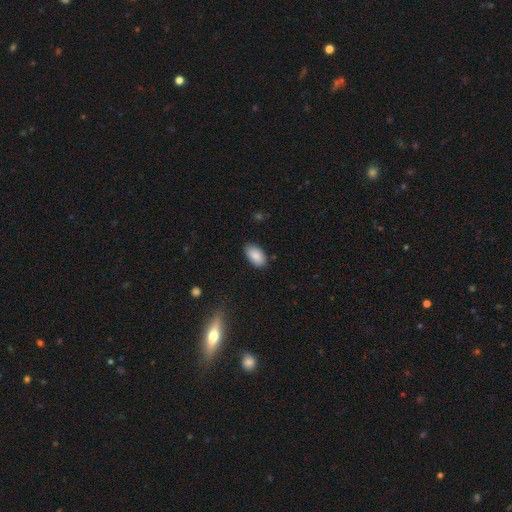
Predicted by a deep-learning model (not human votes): Smooth or featured?
  - smooth: 88% *
  - star or artifact: 7%
  - featured or disk: 5%
How rounded?
  - in between: 94% *
  - round: 4%
  - cigar-shaped: 2%
Merging?
  - none: 83% *
  - minor disturbance: 13%
  - major disturbance: 2%
  - merger: 1%